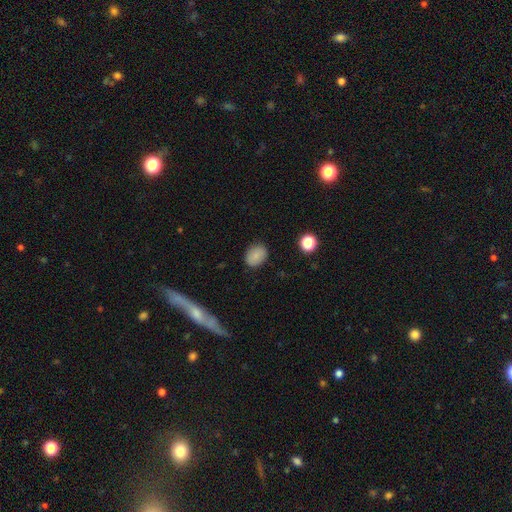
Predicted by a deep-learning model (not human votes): A smooth galaxy with no disk features (84%) that is in between round and cigar-shaped (63%).

Vote fractions:
- Smooth or featured? smooth: 84% / star or artifact: 9% / featured or disk: 7%
- How rounded? in between: 63% / round: 36% / cigar-shaped: 1%
- Merging? none: 86% / minor disturbance: 10% / major disturbance: 3% / merger: 1%